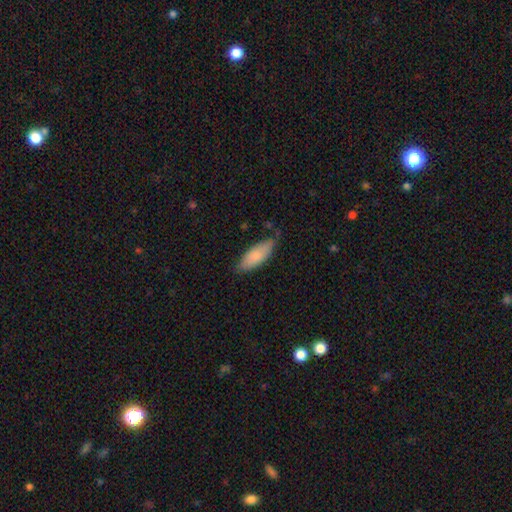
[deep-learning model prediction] This is clearly a smooth galaxy (83%). How rounded: likely in between (76%). Merging: likely none (71%).